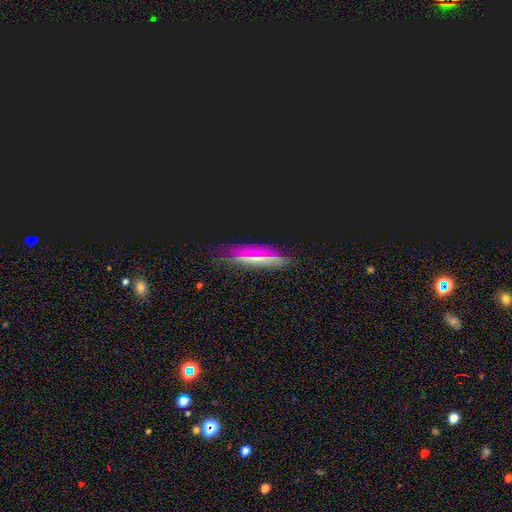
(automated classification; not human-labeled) Smooth or featured? Predicted: featured or disk (p=0.42). Merging? Predicted: none (p=0.81).